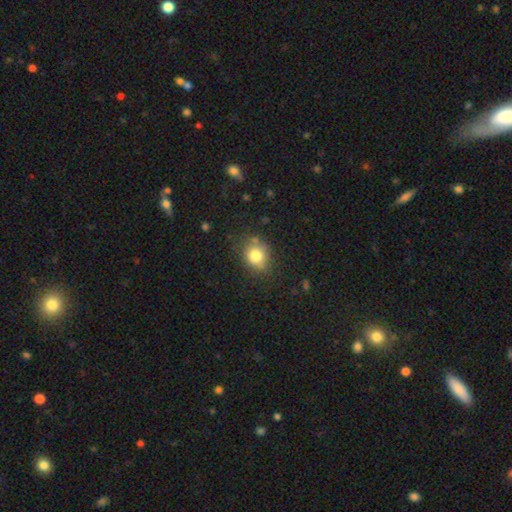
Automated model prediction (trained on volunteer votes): This appears to be a smooth galaxy with no disk features (80%) that is round (72%). Merging: none (74%).